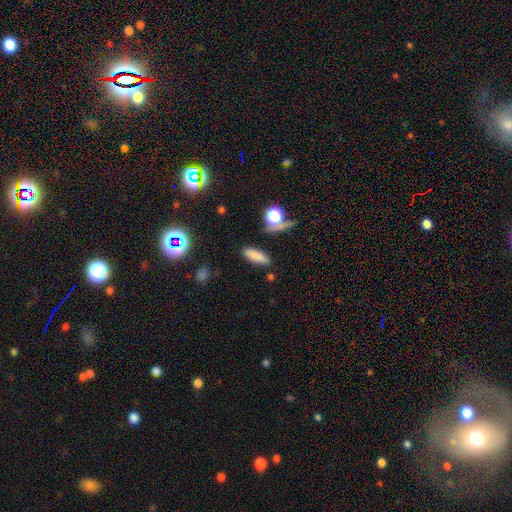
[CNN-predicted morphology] Smooth or featured? smooth (82%)
How rounded? in between (59%)
Merging? none (83%)